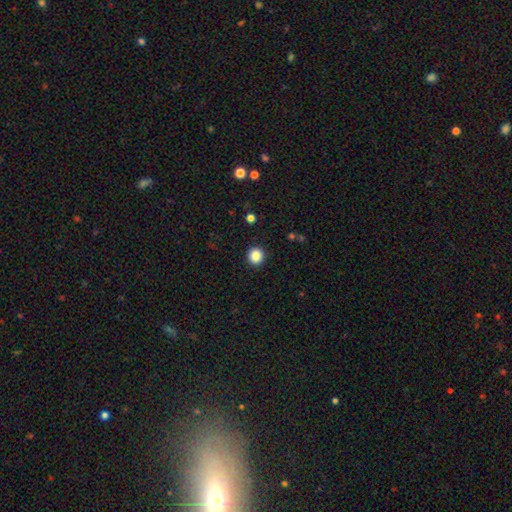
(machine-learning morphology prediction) smooth_or_featured: smooth (p=0.86) [alt: star or artifact p=0.10]
how_rounded: round (p=0.91) [alt: in between p=0.08]
merging: none (p=0.92) [alt: minor disturbance p=0.05]